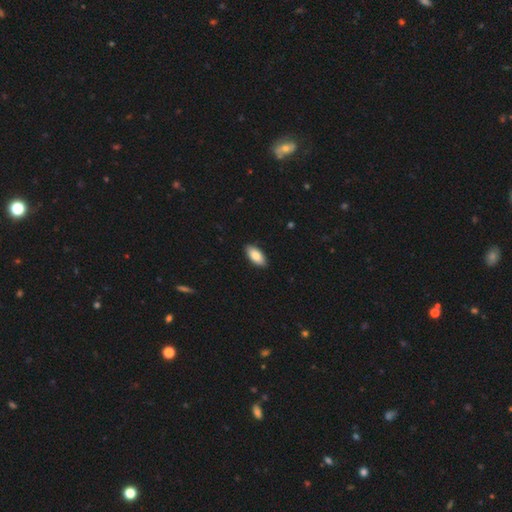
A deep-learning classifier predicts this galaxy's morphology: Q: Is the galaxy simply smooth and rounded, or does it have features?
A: smooth — 85%.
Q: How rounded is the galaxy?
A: in between — 90%.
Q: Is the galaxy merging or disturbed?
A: none — 89%.